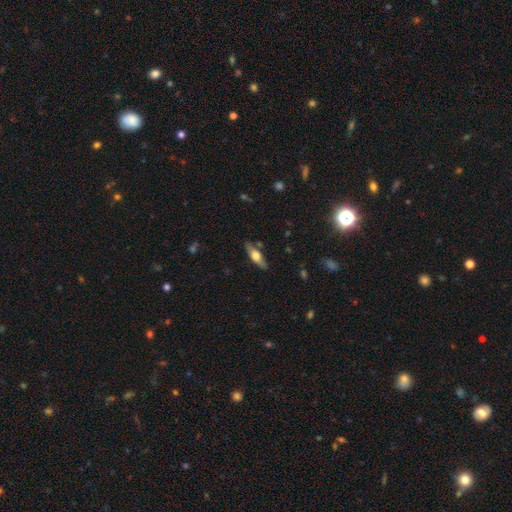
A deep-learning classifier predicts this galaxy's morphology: smooth 50%, featured or disk 44%, star or artifact 6%. Down the decision tree: how rounded — cigar-shaped (50%); merging — none (81%).